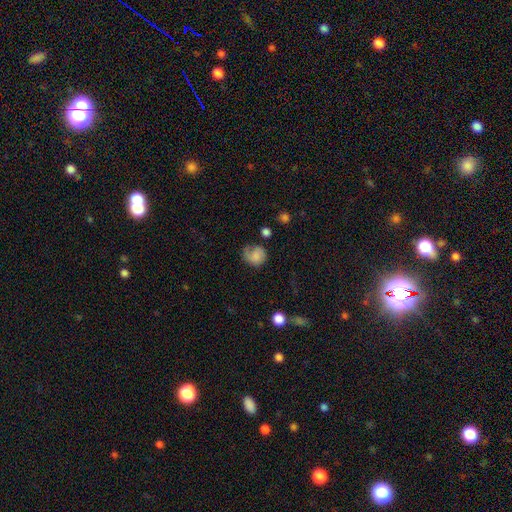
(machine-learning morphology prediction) type=smooth (69%); roundness=round (70%); merging=none (46%).